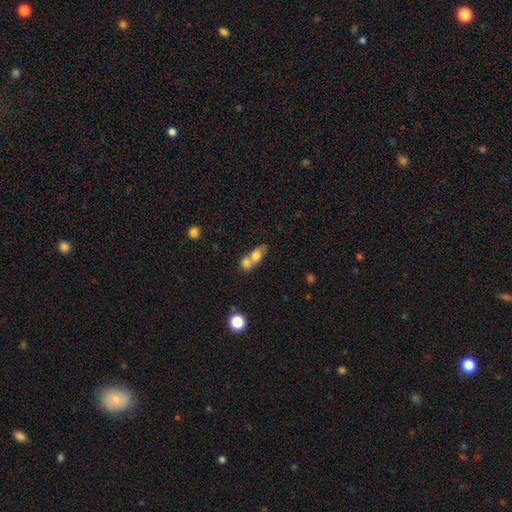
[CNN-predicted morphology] type=smooth (71%); roundness=in between (60%); merging=merger (71%).